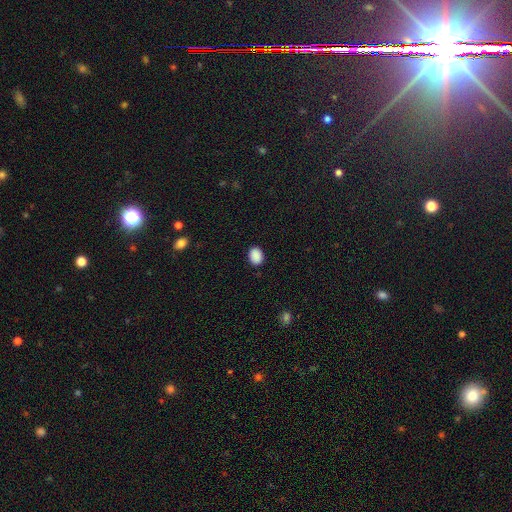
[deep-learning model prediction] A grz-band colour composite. It shows a smooth galaxy with no disk features (90%) that is in between round and cigar-shaped (68%). Merging: none (89%).